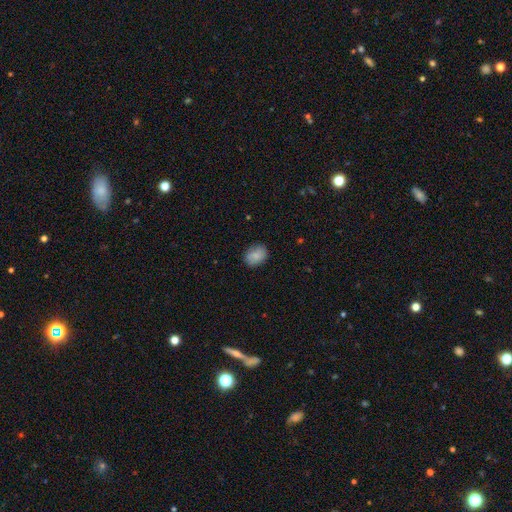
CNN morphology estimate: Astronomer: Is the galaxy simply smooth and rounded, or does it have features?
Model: smooth — 83%.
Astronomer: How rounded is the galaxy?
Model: in between — 63%.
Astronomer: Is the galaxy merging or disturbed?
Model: none — 80%.